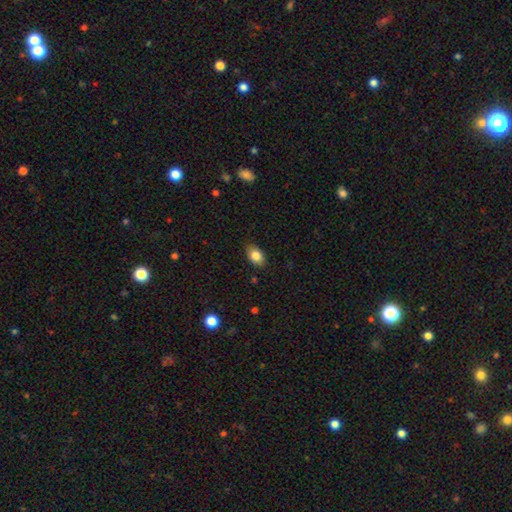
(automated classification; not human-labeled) smooth_or_featured: smooth (p=0.83) [alt: featured or disk p=0.09]
how_rounded: in between (p=0.85) [alt: round p=0.14]
merging: none (p=0.85) [alt: minor disturbance p=0.11]